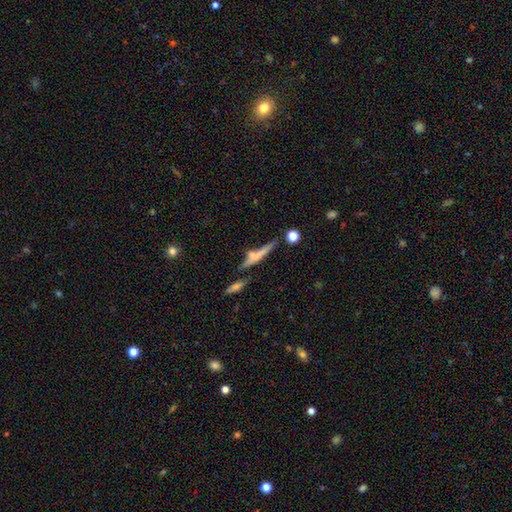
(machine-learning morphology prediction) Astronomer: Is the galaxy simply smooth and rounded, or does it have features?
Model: featured or disk — 46% (runner-up: smooth, 43%).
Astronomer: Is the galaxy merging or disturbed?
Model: none — 55%.